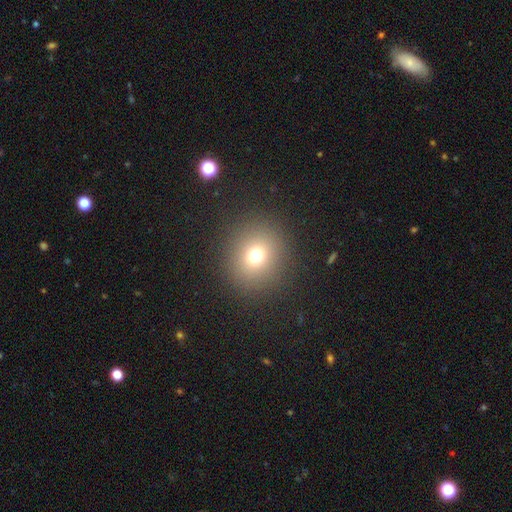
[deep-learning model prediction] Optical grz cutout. It shows a smooth galaxy with no disk features (72%) that is round (87%). Merging: none (89%).